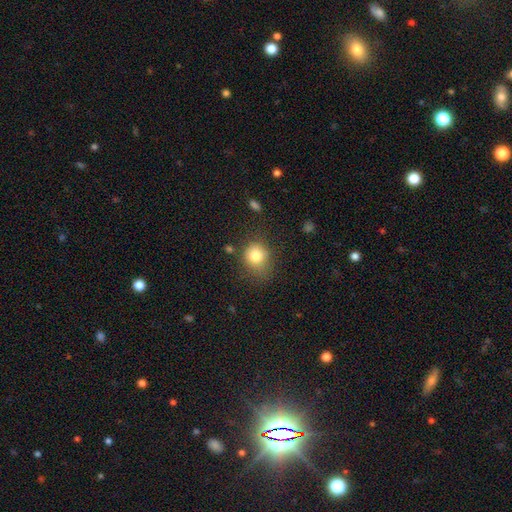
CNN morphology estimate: type=smooth (80%); roundness=round (73%); merging=none (60%).